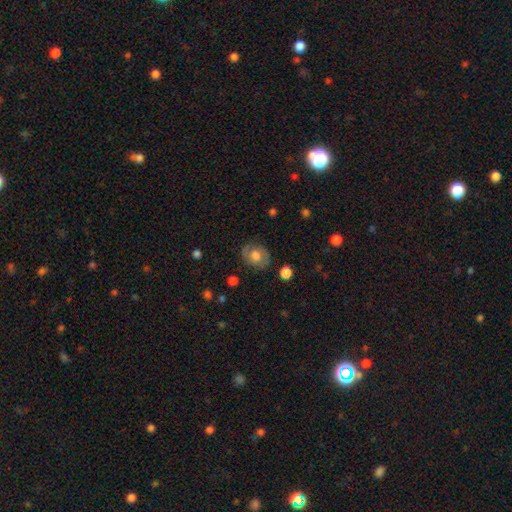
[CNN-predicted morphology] Smooth or featured? smooth (52%)
How rounded? round (60%)
Merging? none (78%)